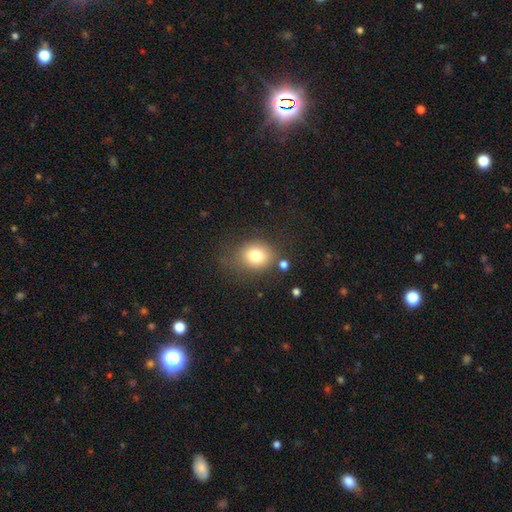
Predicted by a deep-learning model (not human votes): A smooth galaxy with no disk features (77%) that is round (64%). Merging: none (67%).